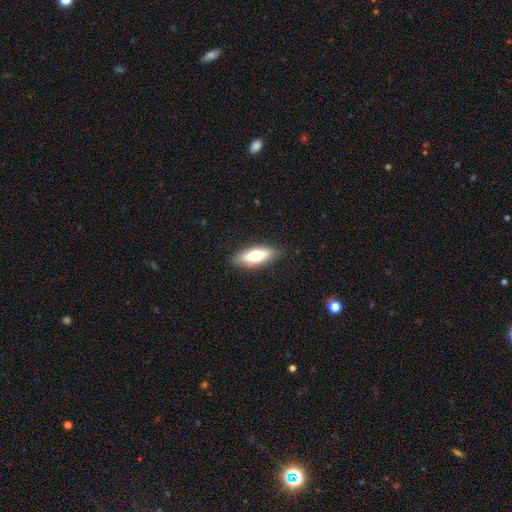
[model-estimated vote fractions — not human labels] This is likely a smooth galaxy (66%). How rounded: possibly in between (59%). Merging: clearly none (87%).